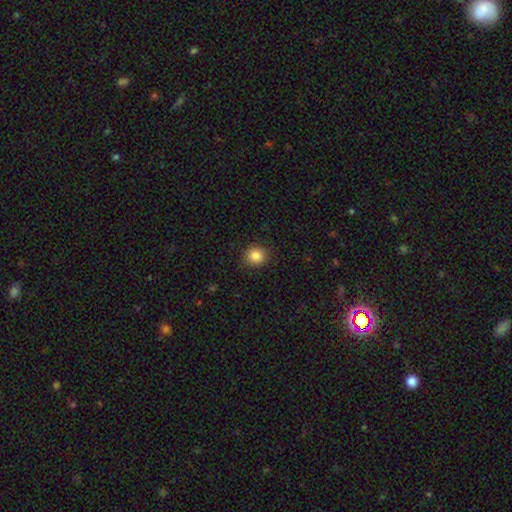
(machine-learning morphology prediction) Overall: smooth (85%). How rounded: round (85%). Merging: none (88%).